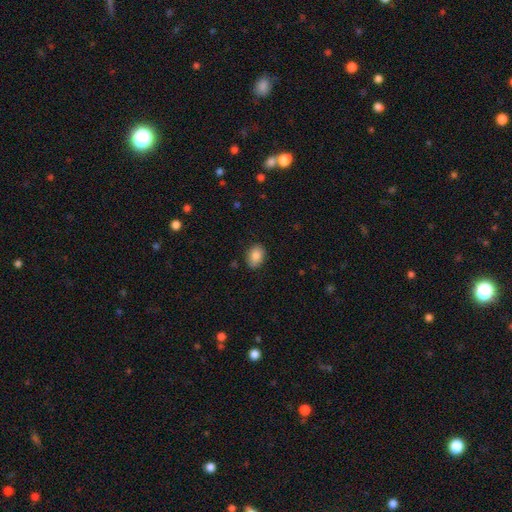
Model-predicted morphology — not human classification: smooth_or_featured: smooth (p=0.87) [alt: star or artifact p=0.07]
how_rounded: in between (p=0.80) [alt: round p=0.19]
merging: none (p=0.84) [alt: minor disturbance p=0.12]